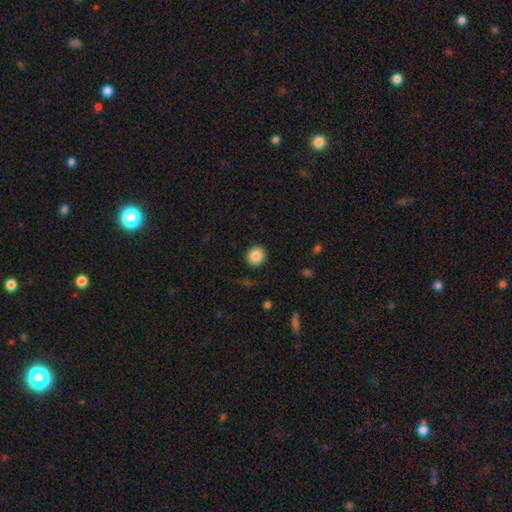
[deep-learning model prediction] Smooth or featured: smooth — 86% (star or artifact — 9%)
How rounded: round — 91% (in between — 8%)
Merging: none — 90% (minor disturbance — 7%)